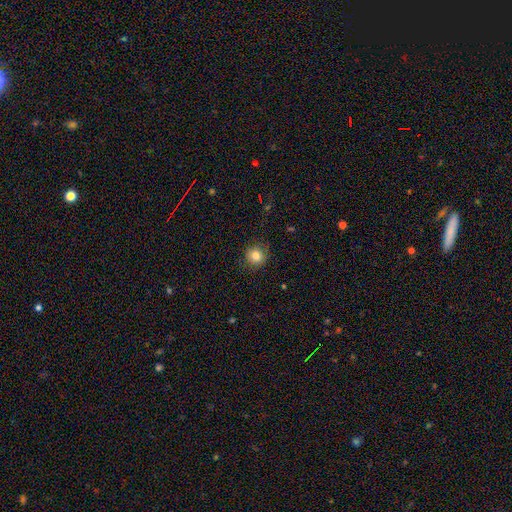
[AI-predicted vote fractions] Smooth or featured?
  - smooth: 83% *
  - star or artifact: 11%
  - featured or disk: 6%
How rounded?
  - round: 88% *
  - in between: 11%
  - cigar-shaped: 1%
Merging?
  - none: 84% *
  - minor disturbance: 11%
  - major disturbance: 4%
  - merger: 1%